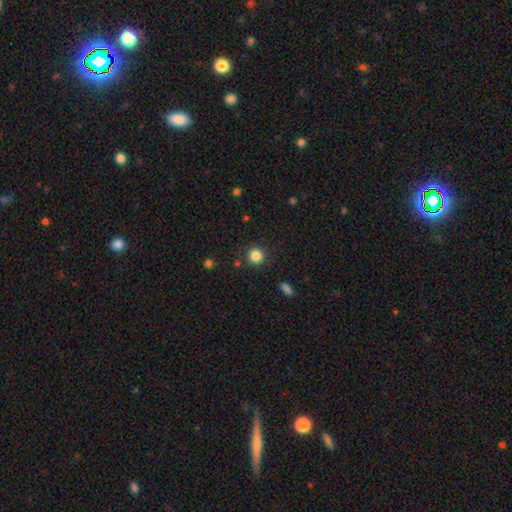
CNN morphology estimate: The model was most divided on "smooth or featured": smooth: 84%, star or artifact: 12%, featured or disk: 5%. More confident: how rounded — round (93%); merging — none (89%).